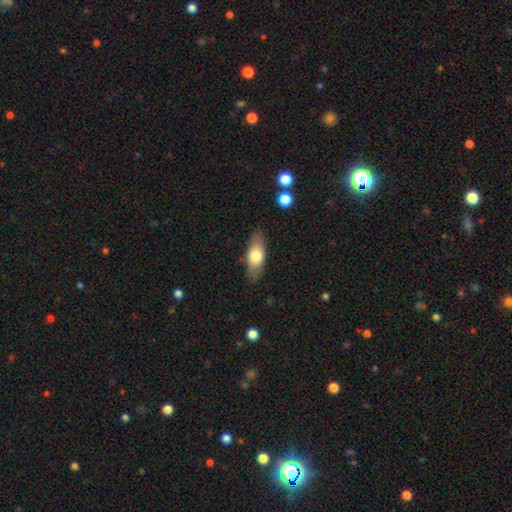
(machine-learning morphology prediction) smooth_or_featured: smooth (p=0.69) [alt: featured or disk p=0.25]
how_rounded: in between (p=0.77) [alt: cigar-shaped p=0.20]
merging: none (p=0.84) [alt: minor disturbance p=0.12]